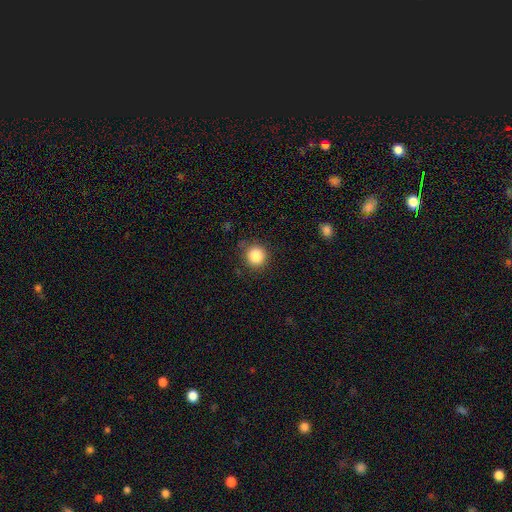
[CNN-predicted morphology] type=smooth (86%); roundness=round (92%); merging=none (84%).